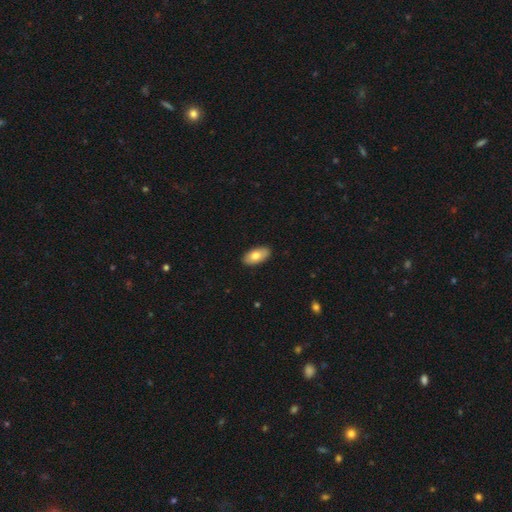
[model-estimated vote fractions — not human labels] The model was most divided on "smooth or featured": smooth: 76%, featured or disk: 18%, star or artifact: 6%. More confident: how rounded — in between (93%); merging — none (89%).